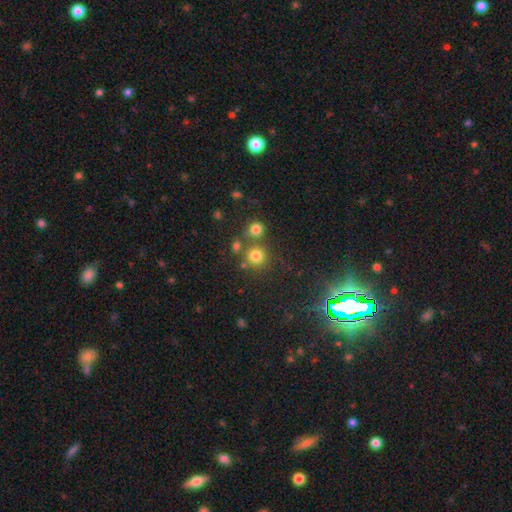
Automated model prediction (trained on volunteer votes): A smooth galaxy with no disk features (76%) that is round (91%).

Vote fractions:
- Smooth or featured? smooth: 76% / star or artifact: 17% / featured or disk: 7%
- How rounded? round: 91% / in between: 8% / cigar-shaped: 1%
- Merging? none: 69% / merger: 19% / minor disturbance: 9% / major disturbance: 4%